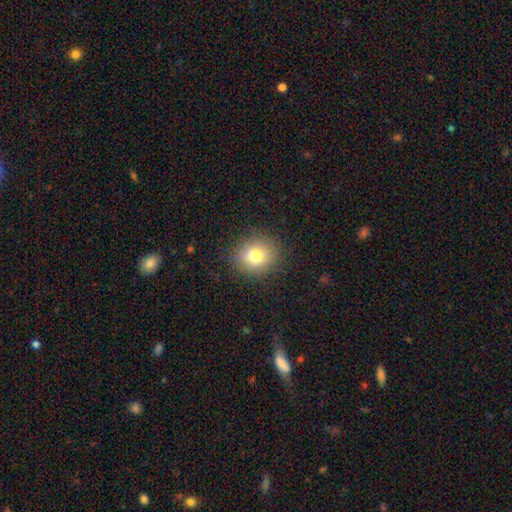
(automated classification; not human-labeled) This appears to be a smooth galaxy with no disk features (76%) that is round (75%). Merging: none (86%).